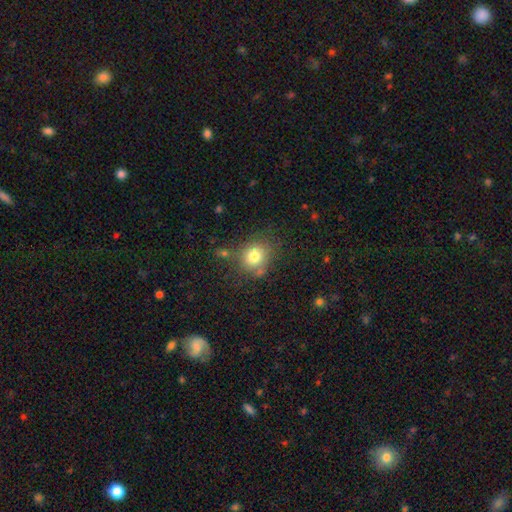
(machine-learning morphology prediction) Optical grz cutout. It shows a smooth galaxy with no disk features (70%) that is round (82%). Merging: none (77%).